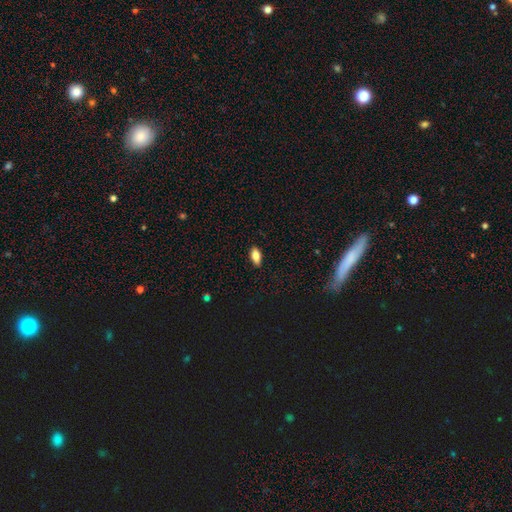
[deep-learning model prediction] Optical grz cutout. It shows a smooth galaxy with no disk features (76%) that is in between round and cigar-shaped (85%). Merging: none (88%).